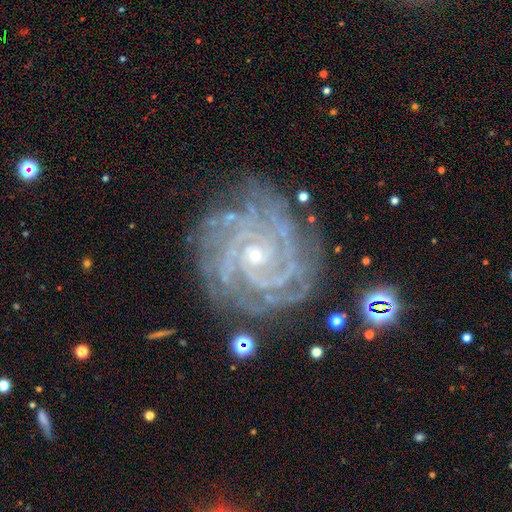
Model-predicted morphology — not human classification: Overall: featured or disk (92%). Edge-on disk: no (98%). Bar: no (75%). Spiral arms: yes (98%). Spiral arm count: 4 (26%; 3 22%). Spiral winding: tight (81%). Bulge size: small (83%). Merging: none (77%).